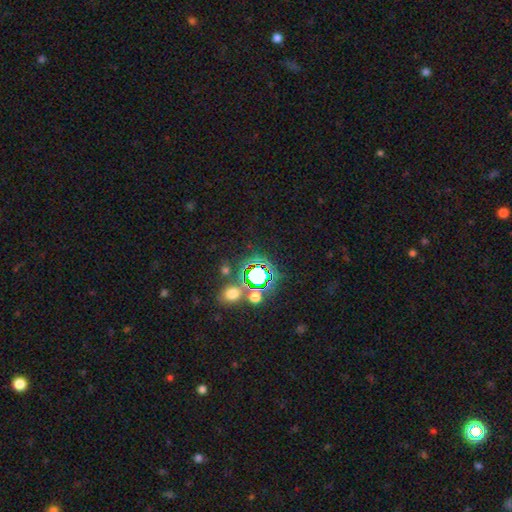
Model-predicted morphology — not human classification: This is likely a star or artifact rather than a galaxy (78%).